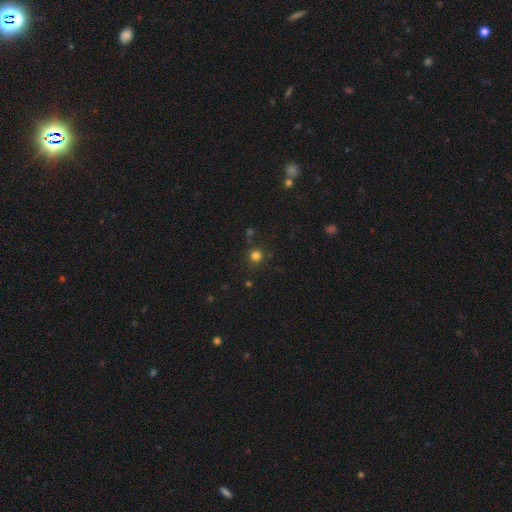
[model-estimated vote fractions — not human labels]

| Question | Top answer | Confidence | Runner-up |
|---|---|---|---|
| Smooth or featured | smooth | 78% | star or artifact (17%) |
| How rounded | round | 94% | in between (5%) |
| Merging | none | 86% | minor disturbance (8%) |